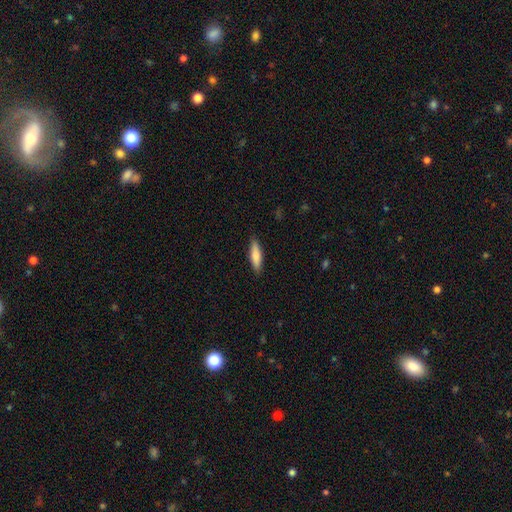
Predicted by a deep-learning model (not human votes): Q: Smooth or featured?
A: smooth (77%); runner-up: featured or disk (17%)
Q: How rounded?
A: cigar-shaped (68%); runner-up: in between (31%)
Q: Merging?
A: none (88%); runner-up: minor disturbance (9%)